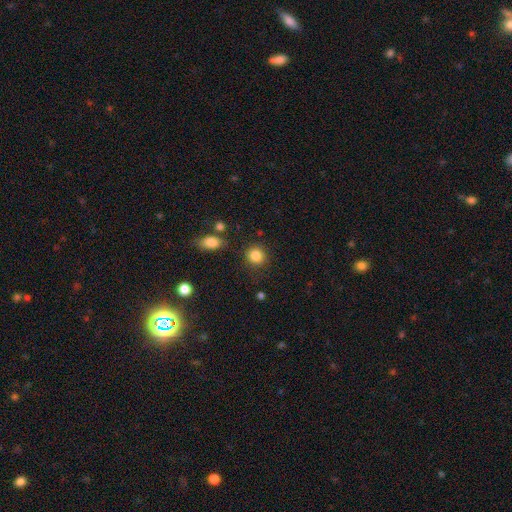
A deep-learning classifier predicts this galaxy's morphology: This is clearly a smooth galaxy (85%). How rounded: clearly round (85%). Merging: clearly none (85%).